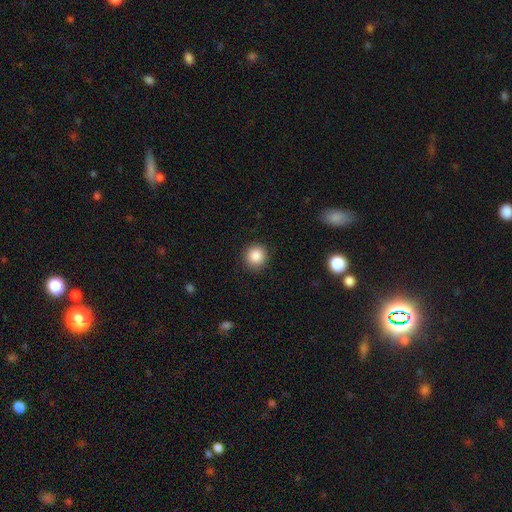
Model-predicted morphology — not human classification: smooth 87%, star or artifact 10%, featured or disk 4%. Down the decision tree: how rounded — round (93%); merging — none (90%).